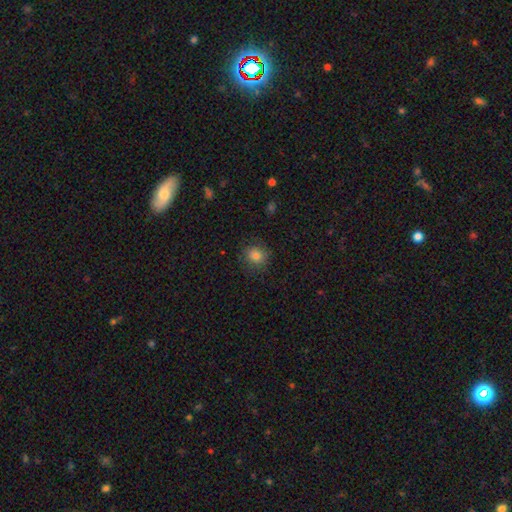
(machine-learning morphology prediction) type=smooth (83%); roundness=round (82%); merging=none (83%).